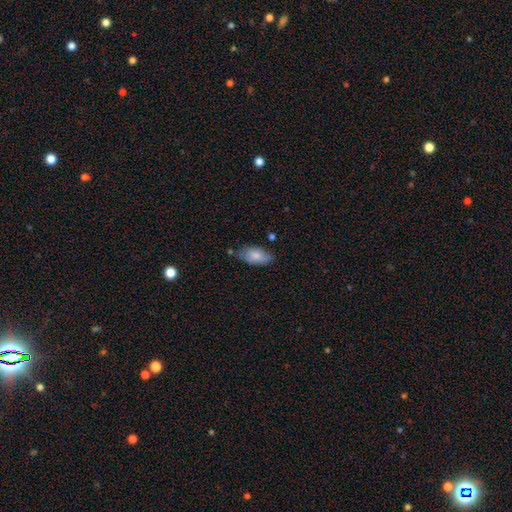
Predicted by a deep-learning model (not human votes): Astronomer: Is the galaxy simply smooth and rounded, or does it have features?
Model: smooth — 80%.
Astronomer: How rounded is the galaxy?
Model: in between — 92%.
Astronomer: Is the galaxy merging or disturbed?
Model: none — 67%.